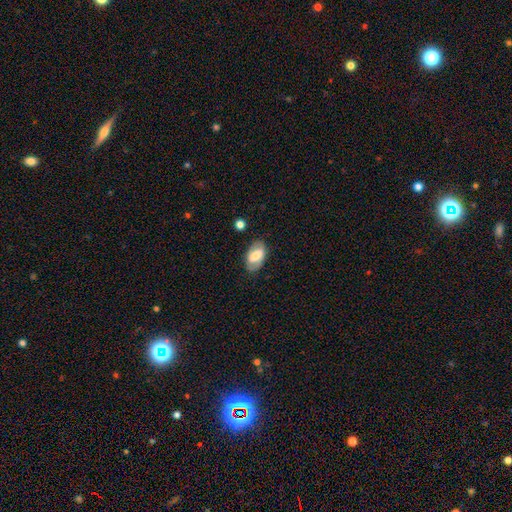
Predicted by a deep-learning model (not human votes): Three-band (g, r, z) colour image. It shows a smooth galaxy with no disk features (54%) that is in between round and cigar-shaped (93%). Merging: none (78%).